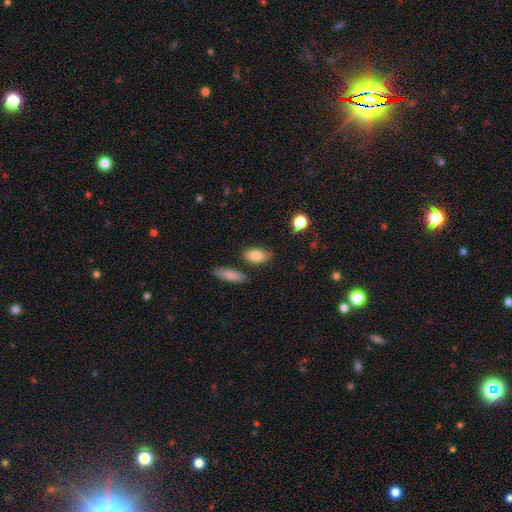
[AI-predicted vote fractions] Overall: smooth (85%). How rounded: in between (88%). Merging: none (75%).